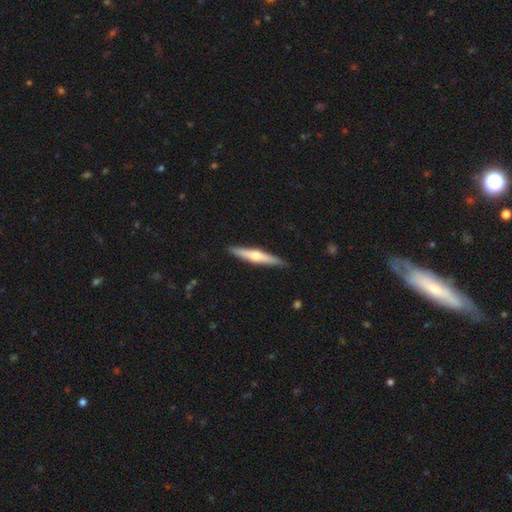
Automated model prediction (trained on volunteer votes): Overall: featured or disk (57%; smooth 38%). Edge-on disk: yes (96%). Edge-on bulge: rounded (90%). Merging: none (89%).